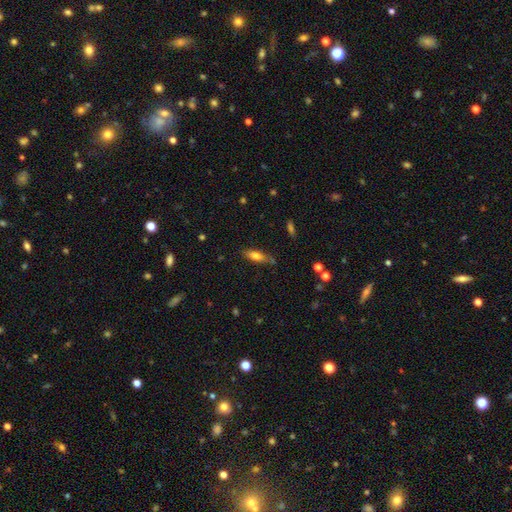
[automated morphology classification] Q: Smooth or featured?
A: smooth (67%); runner-up: featured or disk (25%)
Q: How rounded?
A: in between (52%); runner-up: cigar-shaped (45%)
Q: Merging?
A: none (71%); runner-up: minor disturbance (21%)